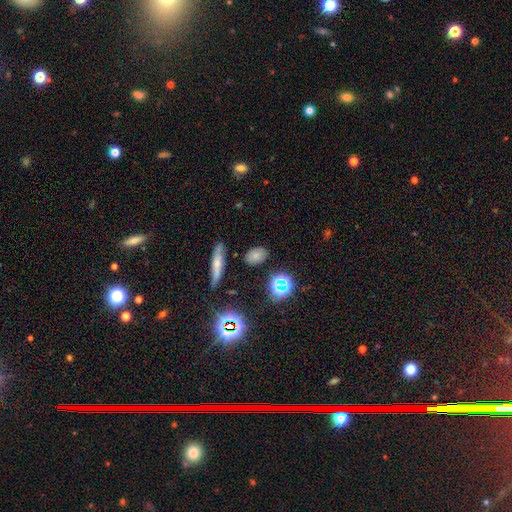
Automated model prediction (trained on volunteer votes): Morphology: type=smooth (70%); roundness=in between (77%); merging=none (81%).